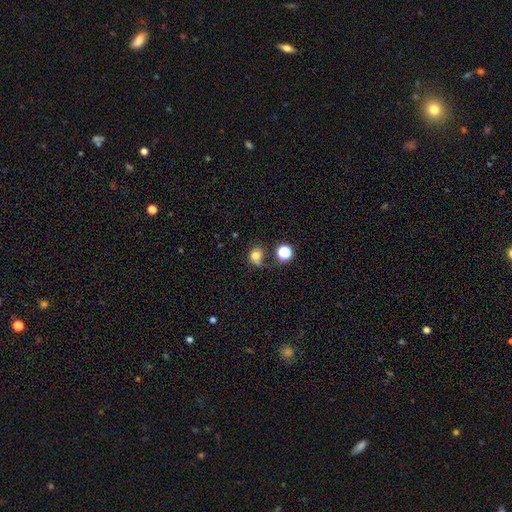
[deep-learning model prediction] Smooth or featured? smooth (76%)
How rounded? round (64%)
Merging? none (53%)